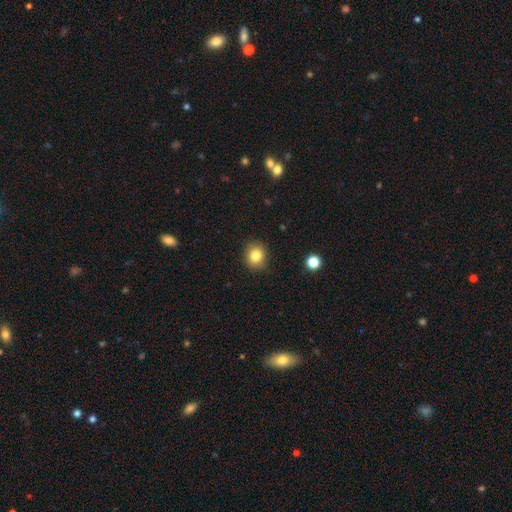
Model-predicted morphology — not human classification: A smooth galaxy with no disk features (82%) that is round (78%).

Vote fractions:
- Smooth or featured? smooth: 82% / star or artifact: 11% / featured or disk: 7%
- How rounded? round: 78% / in between: 21% / cigar-shaped: 1%
- Merging? none: 87% / minor disturbance: 10% / major disturbance: 2% / merger: 1%